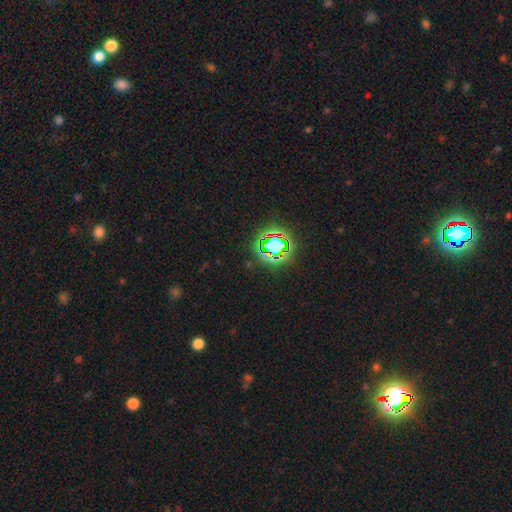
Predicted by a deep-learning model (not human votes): The model was most divided on "smooth or featured": star or artifact: 80%, smooth: 13%, featured or disk: 7%.